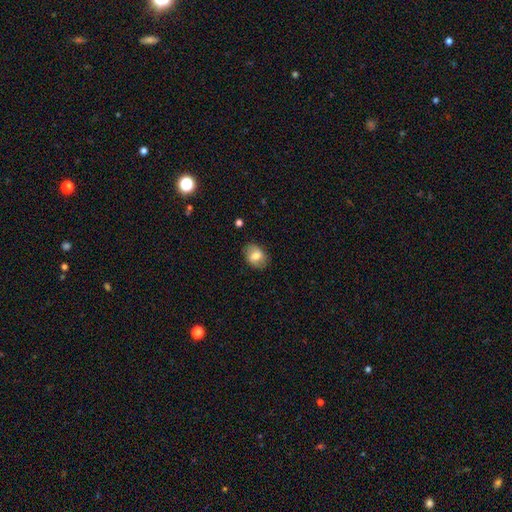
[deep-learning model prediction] Morphology: type=smooth (71%); roundness=in between (67%); merging=none (80%).